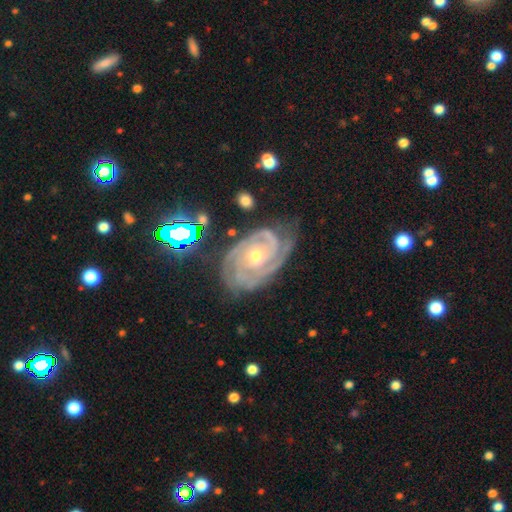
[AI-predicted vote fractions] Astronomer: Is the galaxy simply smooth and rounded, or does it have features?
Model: featured or disk — 91%.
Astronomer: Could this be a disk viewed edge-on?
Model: no — 97%.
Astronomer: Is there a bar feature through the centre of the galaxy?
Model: no — 69%.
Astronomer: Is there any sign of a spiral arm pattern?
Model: yes — 98%.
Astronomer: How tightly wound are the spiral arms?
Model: tight — 77%.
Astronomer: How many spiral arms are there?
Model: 3 — 34% (runner-up: 2, 29%).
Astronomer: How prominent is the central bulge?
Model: moderate — 52% (runner-up: small, 45%).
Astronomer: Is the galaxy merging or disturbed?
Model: none — 68%.